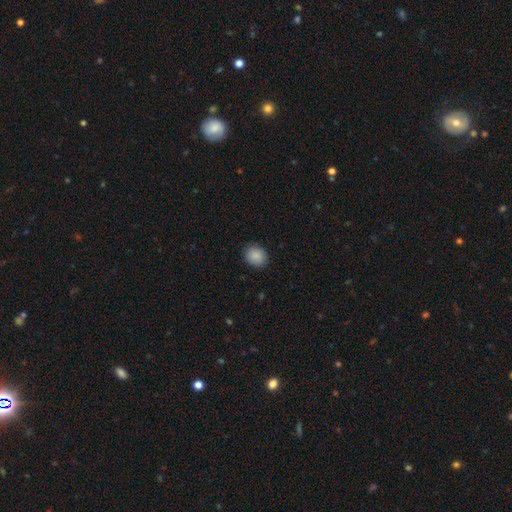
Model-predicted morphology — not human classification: Smooth or featured?
  - smooth: 89% *
  - star or artifact: 8%
  - featured or disk: 4%
How rounded?
  - round: 69% *
  - in between: 30%
  - cigar-shaped: 1%
Merging?
  - none: 88% *
  - minor disturbance: 9%
  - major disturbance: 2%
  - merger: 1%